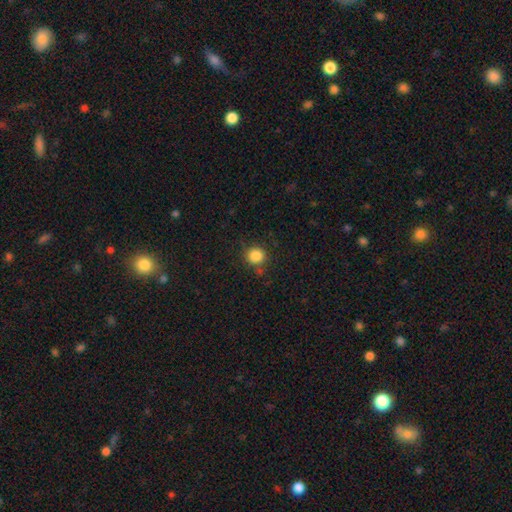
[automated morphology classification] Overall: smooth (85%). How rounded: round (91%). Merging: none (82%).